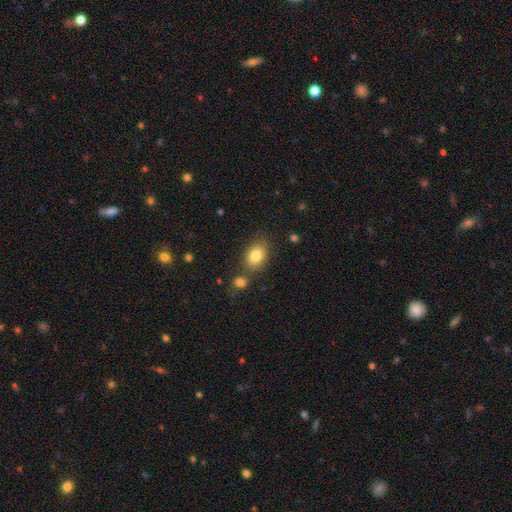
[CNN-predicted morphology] Smooth or featured? Predicted: smooth (p=0.82). How rounded? Predicted: in between (p=0.71). Merging? Predicted: none (p=0.72).